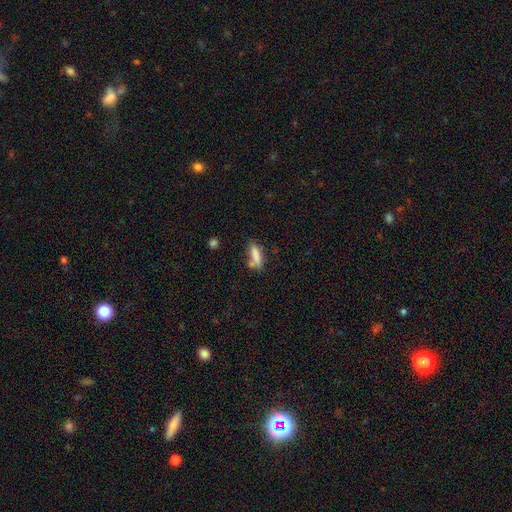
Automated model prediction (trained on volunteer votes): Smooth or featured?
  - smooth: 81% *
  - featured or disk: 11%
  - star or artifact: 8%
How rounded?
  - cigar-shaped: 54% *
  - in between: 44%
  - round: 2%
Merging?
  - none: 57% *
  - minor disturbance: 20%
  - merger: 16%
  - major disturbance: 7%